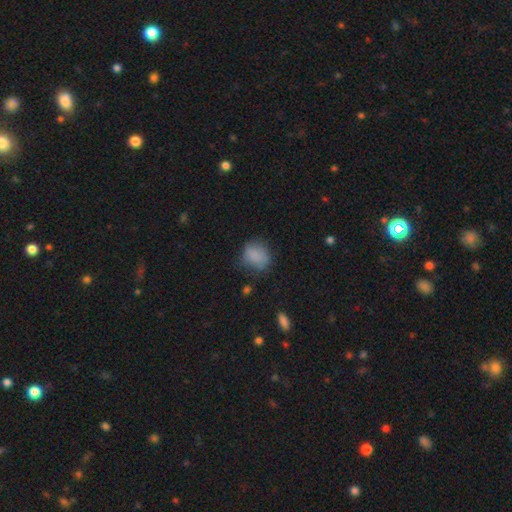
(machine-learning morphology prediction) Q: Smooth or featured?
A: smooth (79%); runner-up: featured or disk (11%)
Q: How rounded?
A: round (60%); runner-up: in between (39%)
Q: Merging?
A: none (60%); runner-up: minor disturbance (27%)